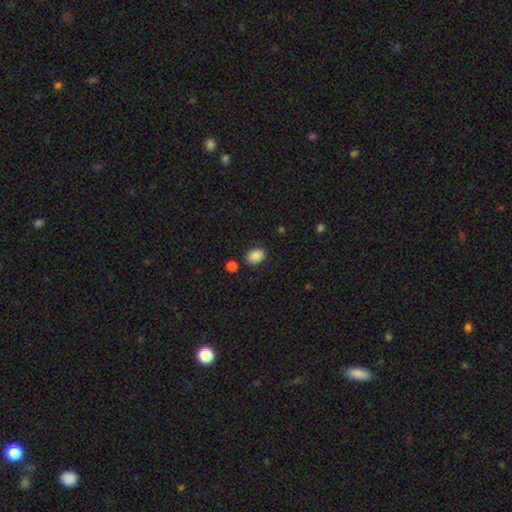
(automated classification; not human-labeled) Smooth or featured? Predicted: smooth (p=0.86). How rounded? Predicted: in between (p=0.71). Merging? Predicted: none (p=0.84).